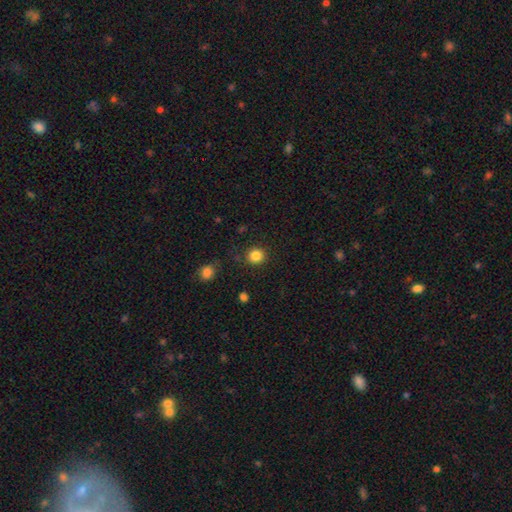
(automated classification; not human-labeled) The model was most divided on "smooth or featured": smooth: 84%, star or artifact: 11%, featured or disk: 4%. More confident: how rounded — round (91%); merging — none (87%).